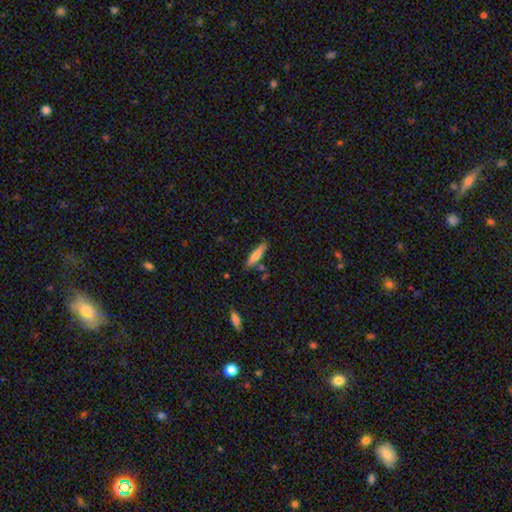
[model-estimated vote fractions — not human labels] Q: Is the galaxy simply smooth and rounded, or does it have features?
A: smooth — 72%.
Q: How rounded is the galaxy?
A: cigar-shaped — 75%.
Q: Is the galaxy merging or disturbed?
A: none — 75%.